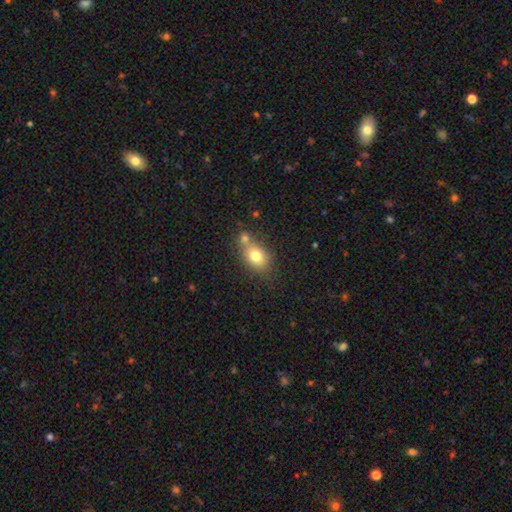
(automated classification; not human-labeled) Overall: smooth (75%). How rounded: in between (62%; round 37%). Merging: none (46%; merger 36%).